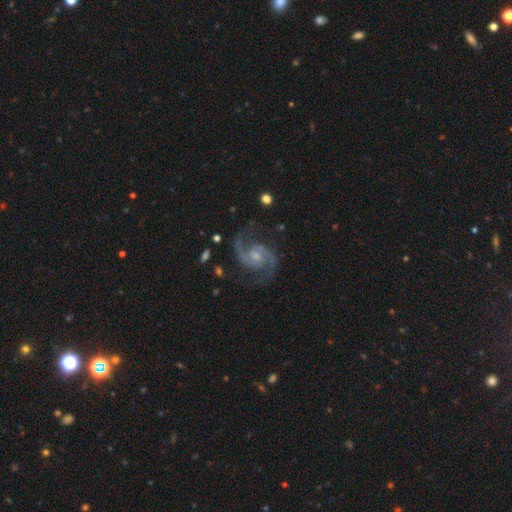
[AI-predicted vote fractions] This is clearly a featured or disk galaxy (93%). It is clearly not viewed edge-on (98%). Bar: likely no (61%). Spiral arm pattern: clearly yes (98%). Spiral arm count: clearly 2 (94%). Spiral winding: likely medium (63%). Central bulge: possibly small (59%). Merging: likely none (78%).